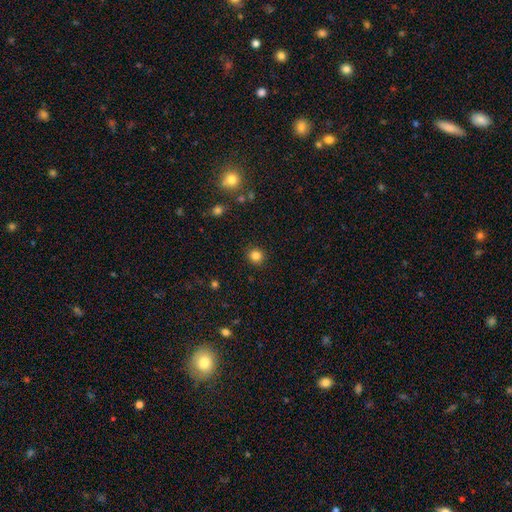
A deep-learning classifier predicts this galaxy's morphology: This is clearly a smooth galaxy (84%). How rounded: clearly round (90%). Merging: clearly none (91%).